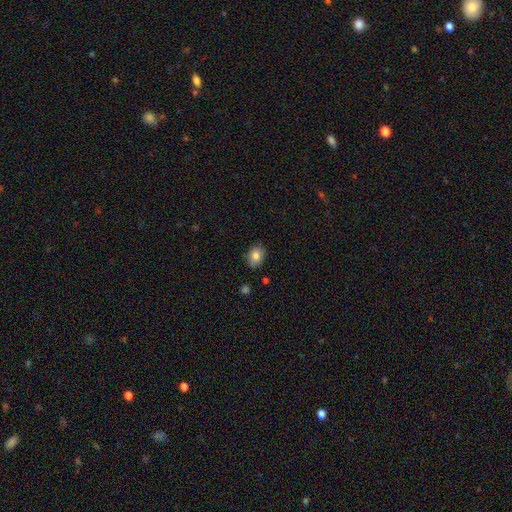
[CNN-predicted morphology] This appears to be a smooth galaxy with no disk features (83%) that is in between round and cigar-shaped (60%). Merging: none (84%).